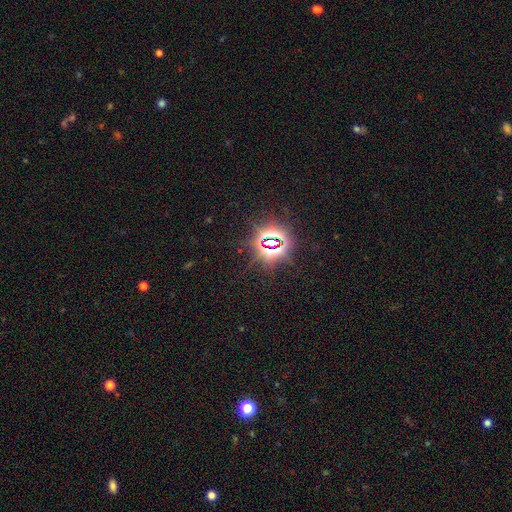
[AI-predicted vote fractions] smooth-or-featured: star or artifact: 83% | smooth: 11% | featured or disk: 6%